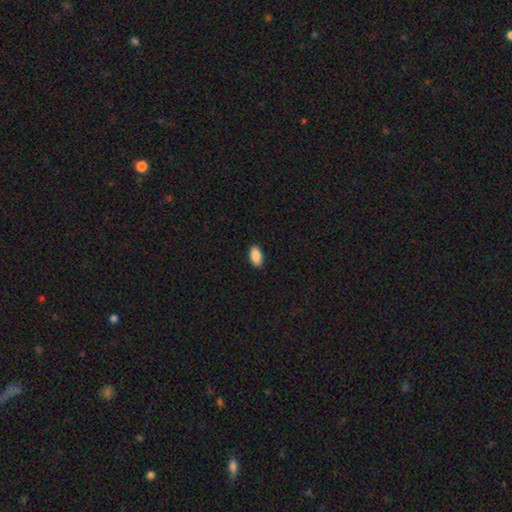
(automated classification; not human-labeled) smooth-or-featured: smooth: 90% | star or artifact: 7% | featured or disk: 3%
  how-rounded: in between: 94% | round: 3% | cigar-shaped: 3%
  merging: none: 90% | minor disturbance: 7% | major disturbance: 2% | merger: 1%